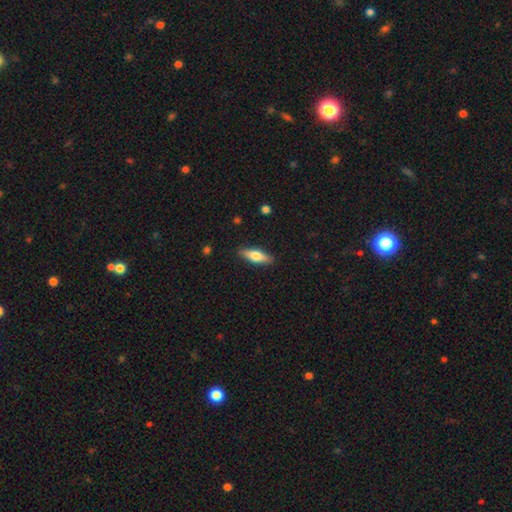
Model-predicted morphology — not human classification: A smooth galaxy with no disk features (64%) that is cigar-shaped (49%, tied with in between).

Vote fractions:
- Smooth or featured? smooth: 64% / featured or disk: 30% / star or artifact: 6%
- How rounded? cigar-shaped: 49% (tied) / in between: 49% (tied) / round: 2%
- Merging? none: 87% / minor disturbance: 9% / major disturbance: 2% / merger: 1%